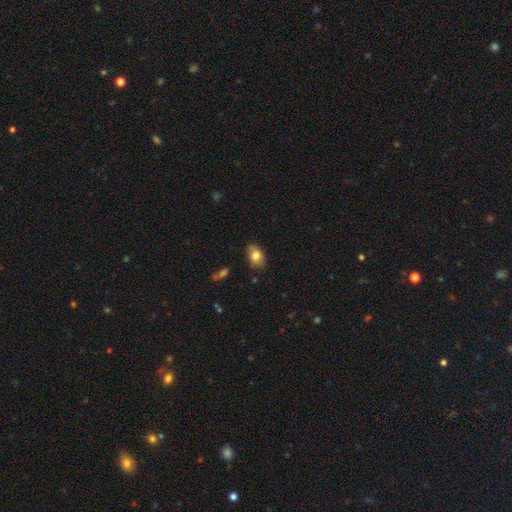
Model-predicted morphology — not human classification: type=smooth (81%); roundness=in between (83%); merging=none (81%).